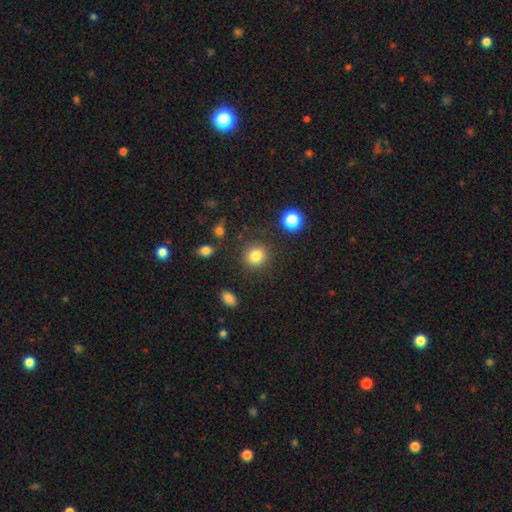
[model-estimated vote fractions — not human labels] Morphology: type=smooth (83%); roundness=round (88%); merging=none (87%).